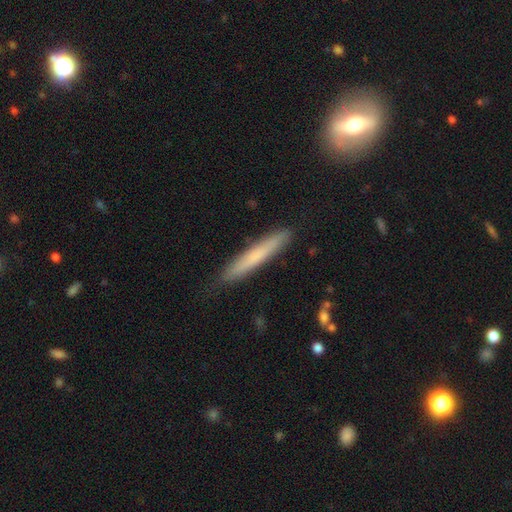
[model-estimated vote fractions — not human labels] The model was most divided on "smooth or featured": smooth: 65%, featured or disk: 28%, star or artifact: 6%. More confident: how rounded — cigar-shaped (95%); merging — none (87%).